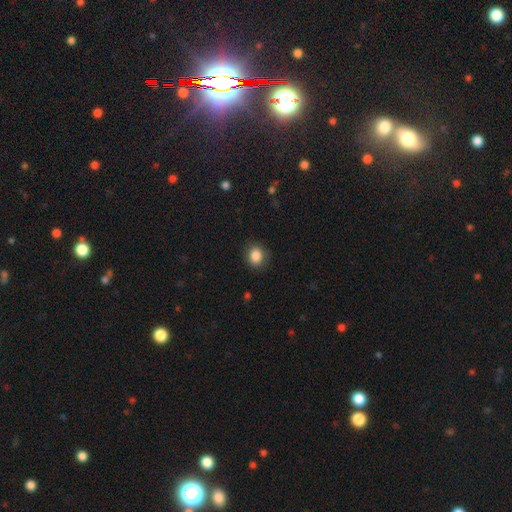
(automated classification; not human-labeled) Smooth or featured: smooth — 86% (star or artifact — 9%)
How rounded: round — 66% (in between — 33%)
Merging: none — 85% (minor disturbance — 11%)